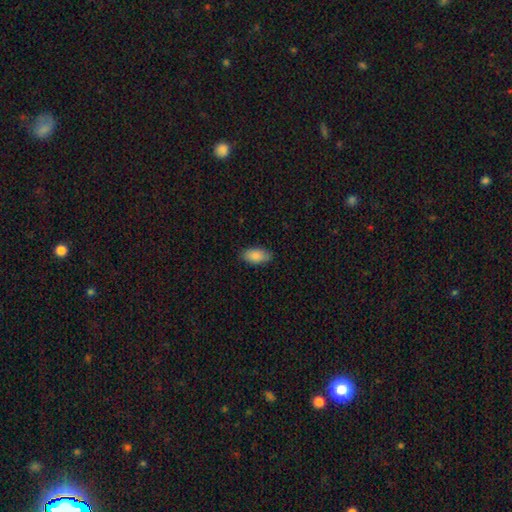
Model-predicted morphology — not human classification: Q: Smooth or featured?
A: smooth (88%); runner-up: star or artifact (7%)
Q: How rounded?
A: in between (93%); runner-up: cigar-shaped (4%)
Q: Merging?
A: none (85%); runner-up: minor disturbance (12%)